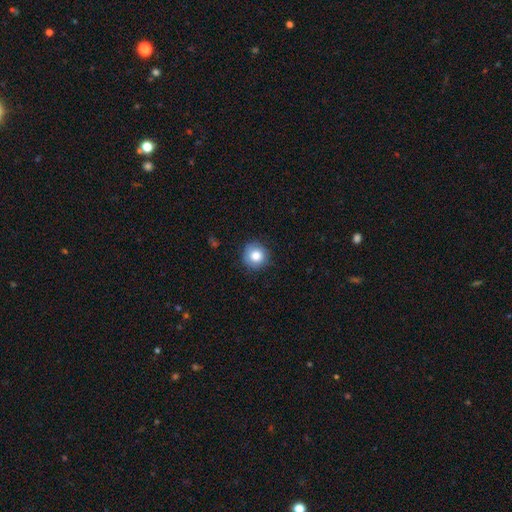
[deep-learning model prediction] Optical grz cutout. It shows a smooth galaxy with no disk features (82%) that is round (92%). Merging: none (85%).